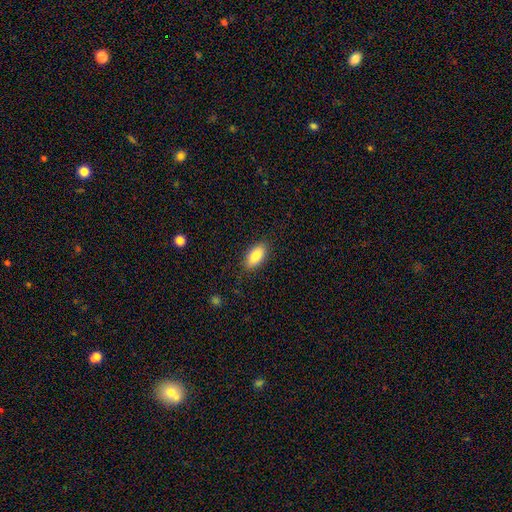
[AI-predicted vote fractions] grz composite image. It shows a smooth galaxy with no disk features (85%) that is in between round and cigar-shaped (92%). Merging: none (87%).